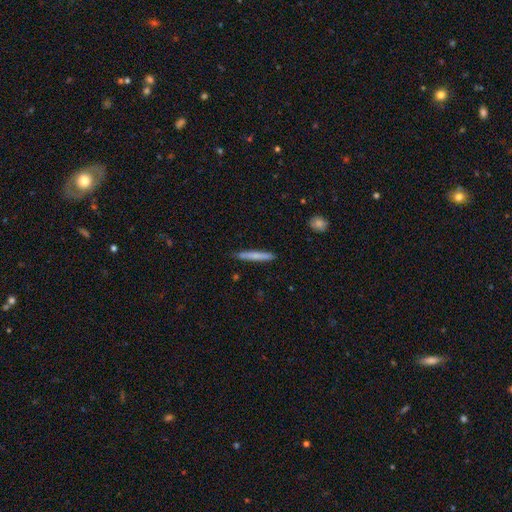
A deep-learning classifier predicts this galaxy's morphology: Smooth or featured?
  - smooth: 69% *
  - featured or disk: 25%
  - star or artifact: 5%
How rounded?
  - cigar-shaped: 96% *
  - in between: 3%
  - round: 1%
Merging?
  - none: 89% *
  - minor disturbance: 8%
  - major disturbance: 2%
  - merger: 1%